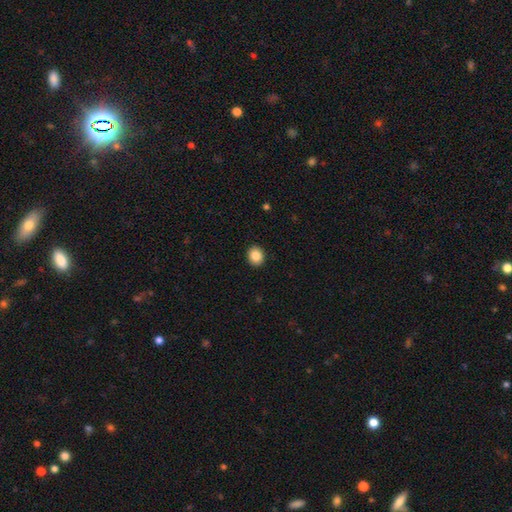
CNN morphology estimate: smooth_or_featured: smooth (p=0.86) [alt: star or artifact p=0.09]
how_rounded: round (p=0.73) [alt: in between p=0.26]
merging: none (p=0.92) [alt: minor disturbance p=0.05]